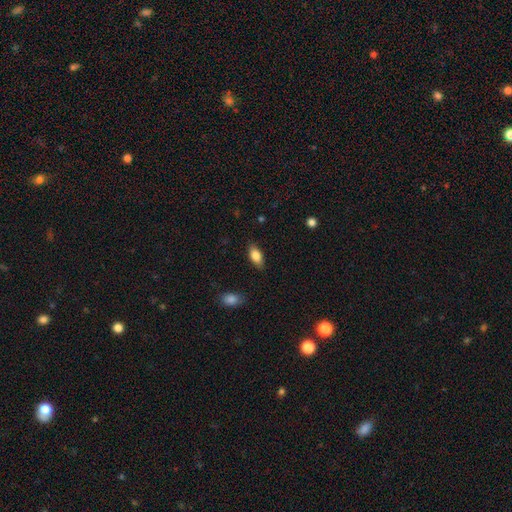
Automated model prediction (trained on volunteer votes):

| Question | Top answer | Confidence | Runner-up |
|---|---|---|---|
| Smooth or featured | smooth | 81% | featured or disk (12%) |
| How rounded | in between | 87% | cigar-shaped (9%) |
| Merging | none | 84% | minor disturbance (12%) |